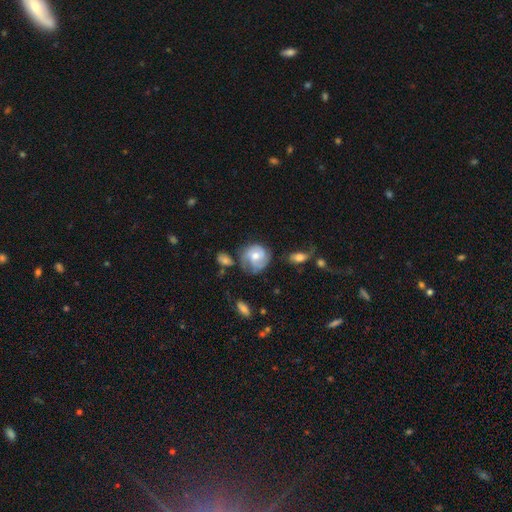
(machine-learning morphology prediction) Smooth or featured: featured or disk — 63% (smooth — 30%)
Edge-on disk: no — 97% (yes — 3%)
Bar: no — 65% (weak — 29%)
Spiral arms: yes — 86% (no — 14%)
Spiral winding: tight — 47% (medium — 37%)
Spiral arm count: 2 — 40% (can't tell — 26%)
Bulge size: moderate — 67% (small — 23%)
Merging: none — 54% (minor disturbance — 25%)